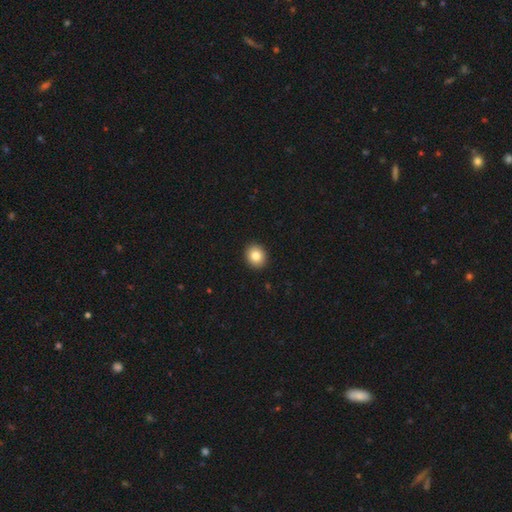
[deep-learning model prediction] smooth_or_featured: smooth (p=0.84) [alt: star or artifact p=0.09]
how_rounded: round (p=0.73) [alt: in between p=0.26]
merging: none (p=0.93) [alt: minor disturbance p=0.05]